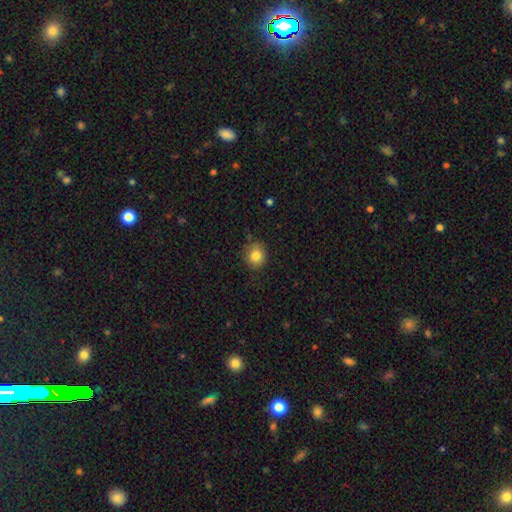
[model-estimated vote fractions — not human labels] smooth 84%, star or artifact 10%, featured or disk 6%. Down the decision tree: how rounded — round (77%); merging — none (80%).